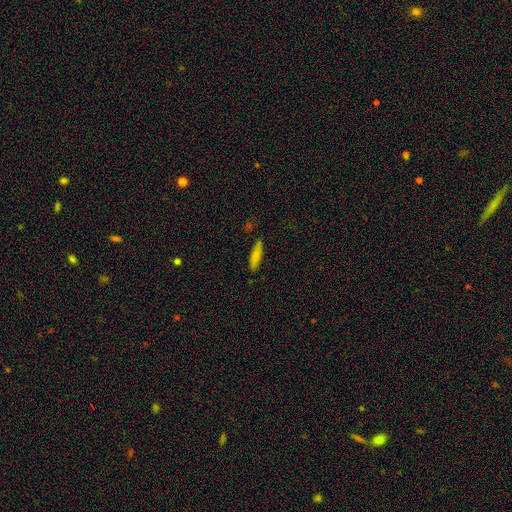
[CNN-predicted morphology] This appears to be a smooth galaxy with no disk features (78%) that is cigar-shaped (77%). Merging: none (82%).